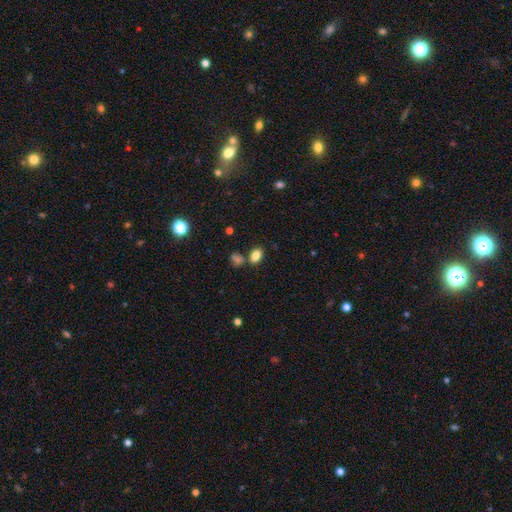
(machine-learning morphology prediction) Q: Smooth or featured?
A: smooth (82%); runner-up: star or artifact (11%)
Q: How rounded?
A: in between (84%); runner-up: round (14%)
Q: Merging?
A: none (70%); runner-up: merger (14%)